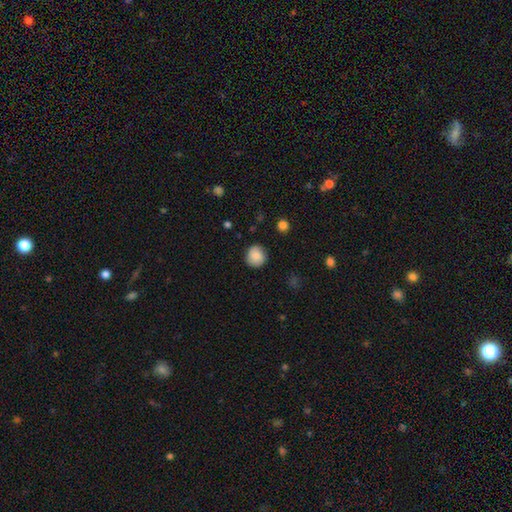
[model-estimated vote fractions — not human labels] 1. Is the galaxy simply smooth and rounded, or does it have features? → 85% smooth, 8% star or artifact, 7% featured or disk.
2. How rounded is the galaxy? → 89% round, 10% in between, 1% cigar-shaped.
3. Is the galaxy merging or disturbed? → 85% none, 11% minor disturbance, 3% major disturbance, 1% merger.